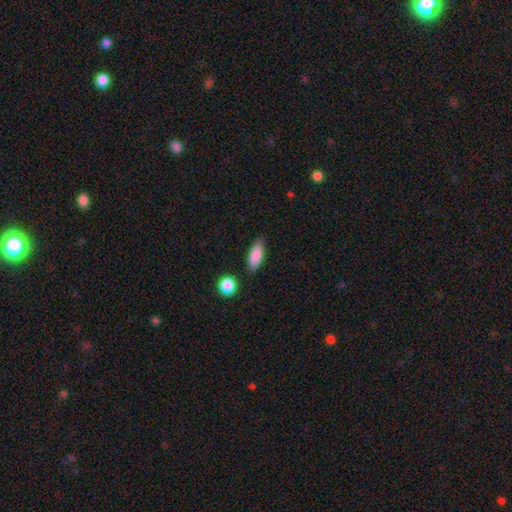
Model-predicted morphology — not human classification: type=smooth (87%); roundness=in between (80%); merging=none (80%).